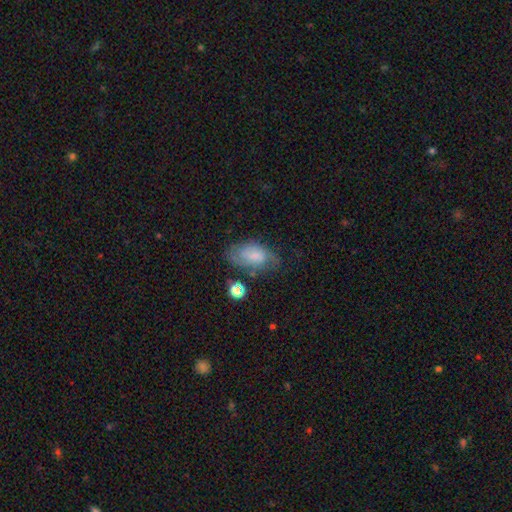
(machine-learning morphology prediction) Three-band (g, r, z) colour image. It shows a smooth galaxy with no disk features (51%) that is in between round and cigar-shaped (90%). Merging: none (57%).